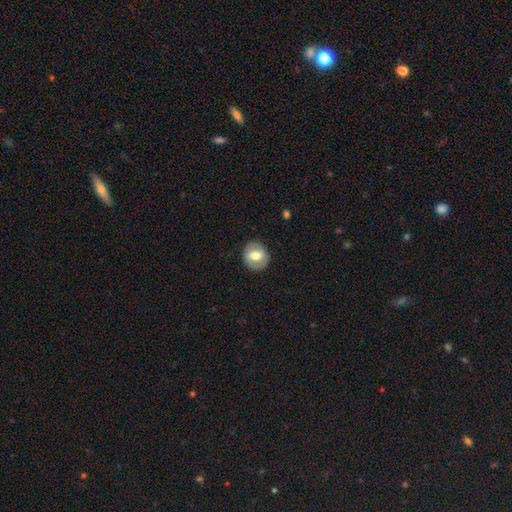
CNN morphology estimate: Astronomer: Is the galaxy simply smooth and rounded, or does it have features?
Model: smooth — 55% (runner-up: featured or disk, 38%).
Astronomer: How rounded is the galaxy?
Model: round — 79%.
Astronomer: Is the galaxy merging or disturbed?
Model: none — 86%.